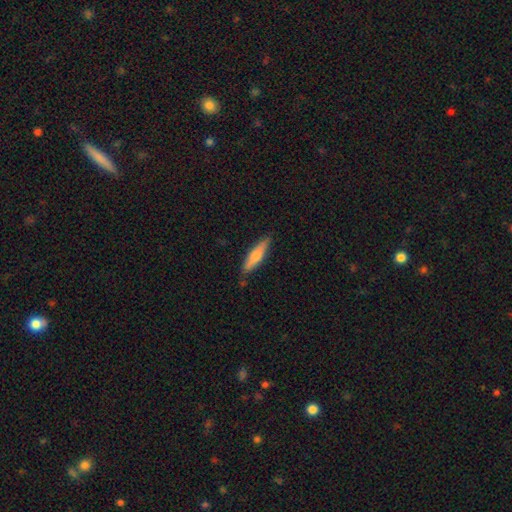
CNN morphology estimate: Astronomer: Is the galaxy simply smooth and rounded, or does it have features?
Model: smooth — 61%.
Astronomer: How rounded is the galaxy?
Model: cigar-shaped — 80%.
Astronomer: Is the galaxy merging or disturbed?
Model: none — 86%.